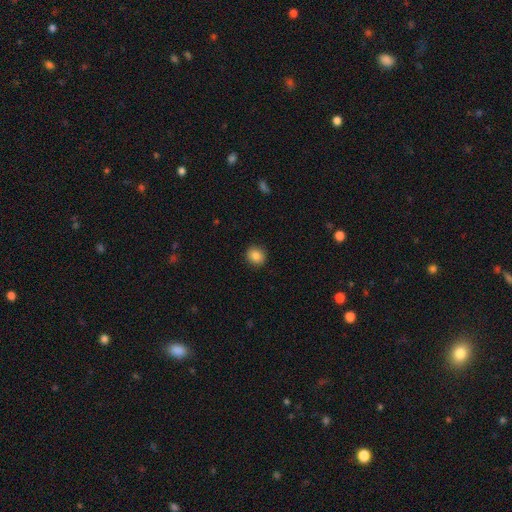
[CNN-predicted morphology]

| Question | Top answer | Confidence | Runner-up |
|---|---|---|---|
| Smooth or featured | smooth | 85% | star or artifact (9%) |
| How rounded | round | 87% | in between (12%) |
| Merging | none | 91% | minor disturbance (6%) |